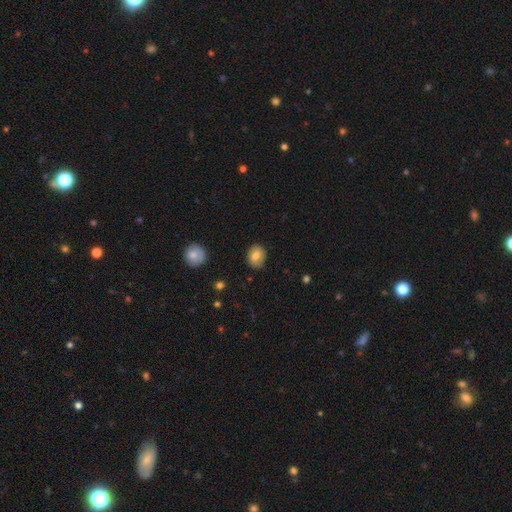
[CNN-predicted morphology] This is likely a smooth galaxy (79%). How rounded: possibly round (56%). Merging: clearly none (85%).